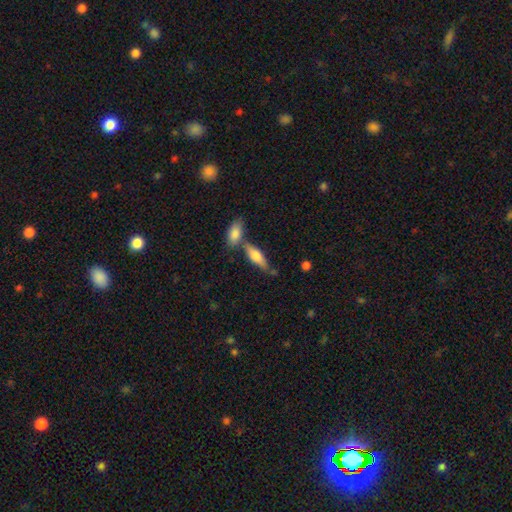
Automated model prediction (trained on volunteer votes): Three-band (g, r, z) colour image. It shows a smooth galaxy with no disk features (67%) that is in between round and cigar-shaped (56%). Merging: none (56%).